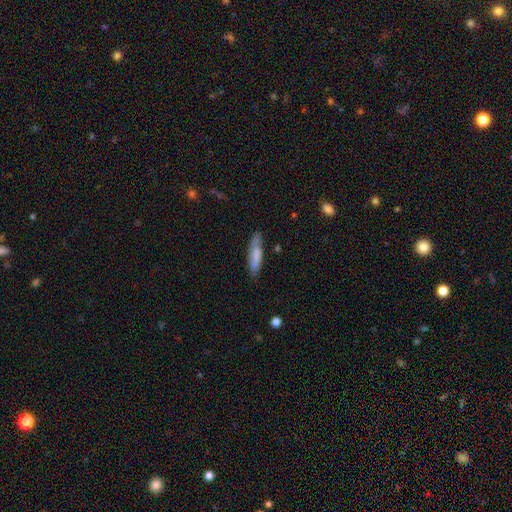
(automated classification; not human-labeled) Overall: smooth (70%). How rounded: cigar-shaped (79%). Merging: none (73%).